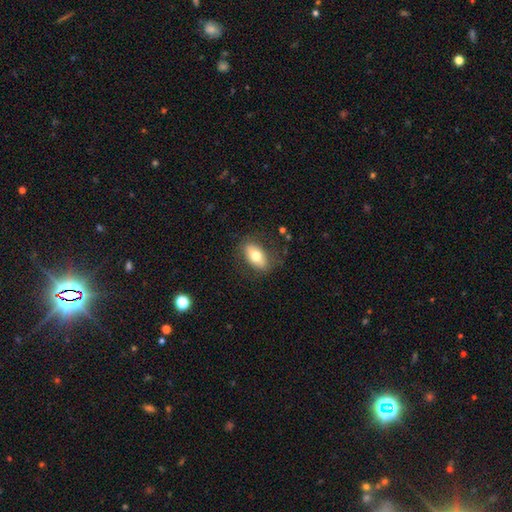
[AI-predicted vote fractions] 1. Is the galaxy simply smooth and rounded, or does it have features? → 68% smooth, 25% featured or disk, 7% star or artifact.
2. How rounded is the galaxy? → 88% in between, 6% round, 6% cigar-shaped.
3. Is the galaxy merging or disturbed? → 79% none, 14% minor disturbance, 5% major disturbance, 1% merger.